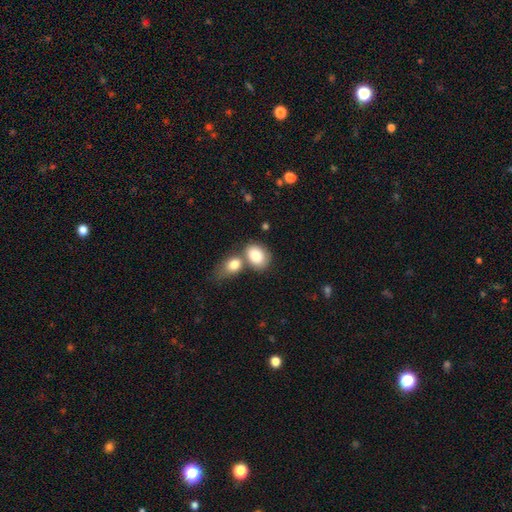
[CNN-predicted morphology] This is clearly a smooth galaxy (84%). How rounded: likely in between (74%). Merging: possibly merger (47%).